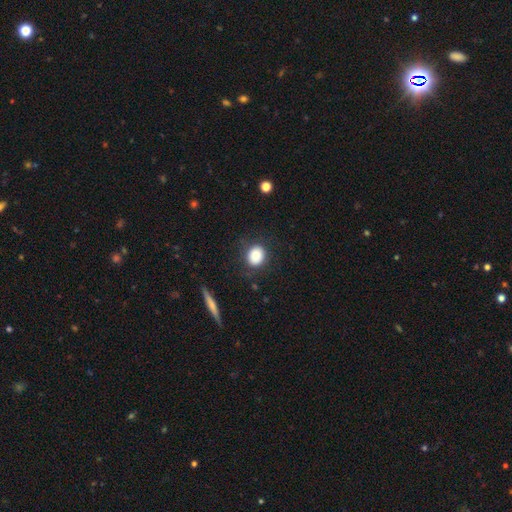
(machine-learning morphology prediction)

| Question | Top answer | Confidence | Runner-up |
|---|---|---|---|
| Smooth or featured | smooth | 85% | star or artifact (9%) |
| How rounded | round | 71% | in between (27%) |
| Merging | none | 82% | minor disturbance (12%) |